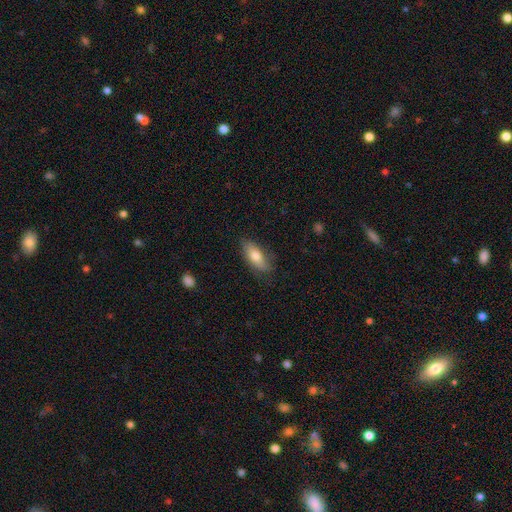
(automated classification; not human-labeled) Morphology: type=smooth (76%); roundness=in between (78%); merging=none (77%).